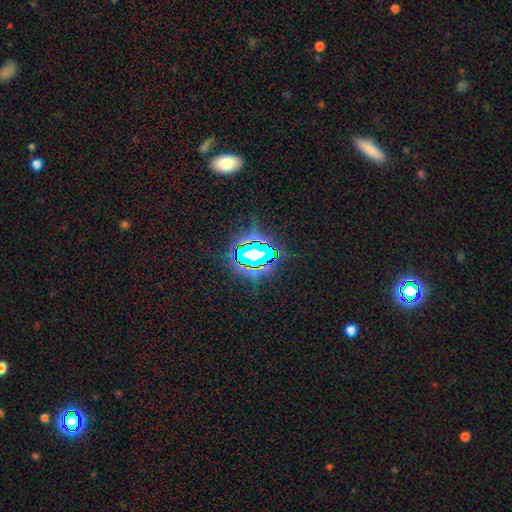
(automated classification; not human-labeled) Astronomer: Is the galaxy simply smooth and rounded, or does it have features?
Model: star or artifact — 76%.